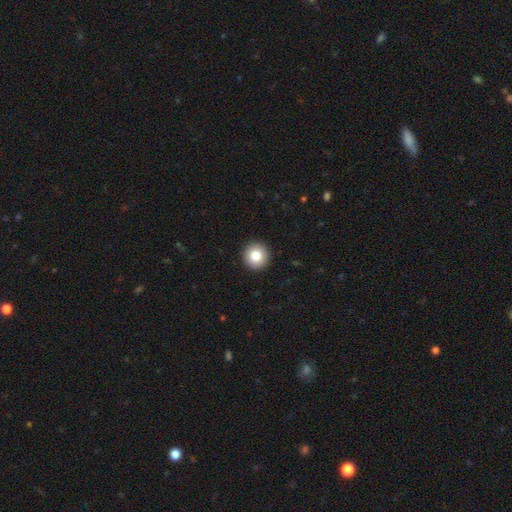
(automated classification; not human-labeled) smooth-or-featured: smooth: 83% | star or artifact: 9% | featured or disk: 8%
  how-rounded: round: 95% | in between: 4% | cigar-shaped: 1%
  merging: none: 94% | minor disturbance: 4% | major disturbance: 1% | merger: 1%